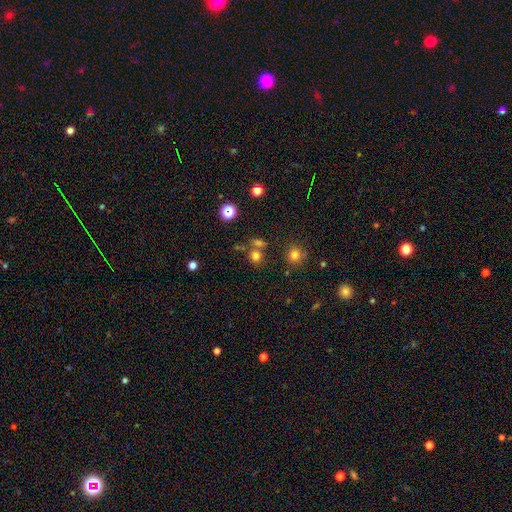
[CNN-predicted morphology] A smooth galaxy with no disk features (71%) that is round (82%). Merging: none (60%).